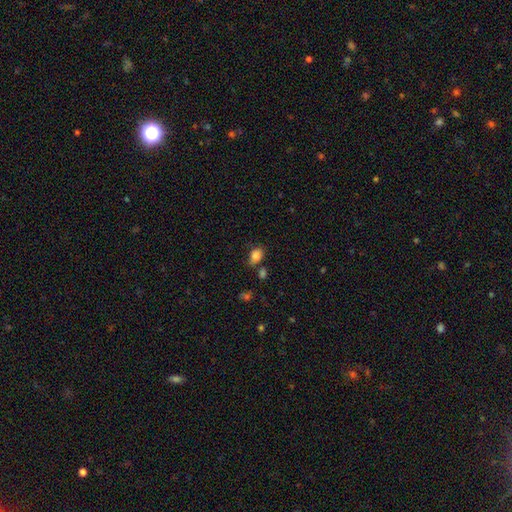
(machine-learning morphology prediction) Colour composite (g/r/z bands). It shows a smooth galaxy with no disk features (84%) that is in between round and cigar-shaped (79%). Merging: none (65%).